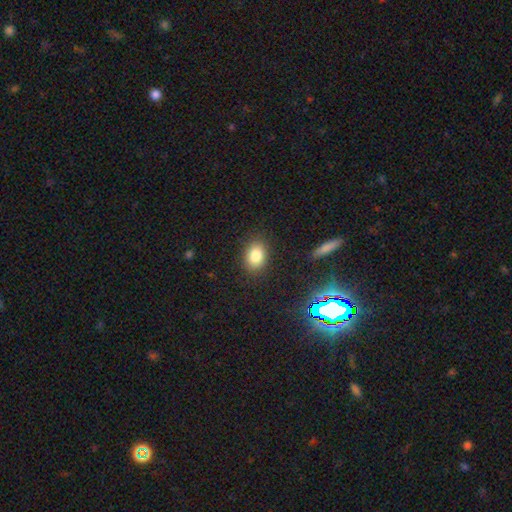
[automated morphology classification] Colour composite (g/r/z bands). It shows a smooth galaxy with no disk features (84%) that is in between round and cigar-shaped (73%). Merging: none (86%).